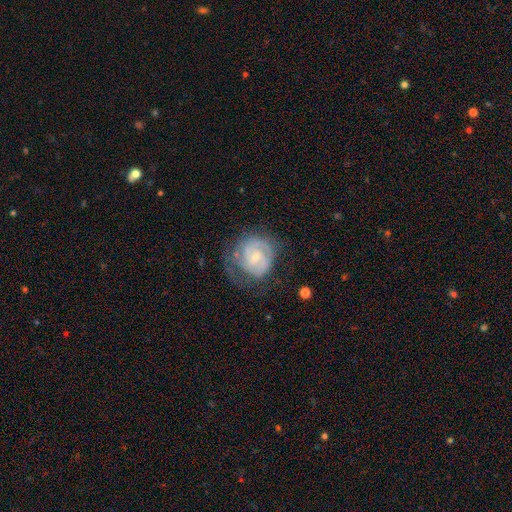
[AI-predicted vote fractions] smooth-or-featured: featured or disk: 81% | smooth: 13% | star or artifact: 6%
  disk-edge-on: no: 98% | yes: 2%
    bar: no: 53% | weak: 40% | strong: 7%
    has-spiral-arms: yes: 93% | no: 7%
      spiral-winding: tight: 63% | medium: 30% | loose: 7%
      spiral-arm-count: 2: 50% | can't tell: 25% | 3: 13% | 1: 6% | 4: 3% | more than 4: 3%
    bulge-size: small: 66% | moderate: 29% | none: 3% | large: 1% | dominant: 1%
  merging: none: 59% | minor disturbance: 24% | major disturbance: 16% | merger: 2%